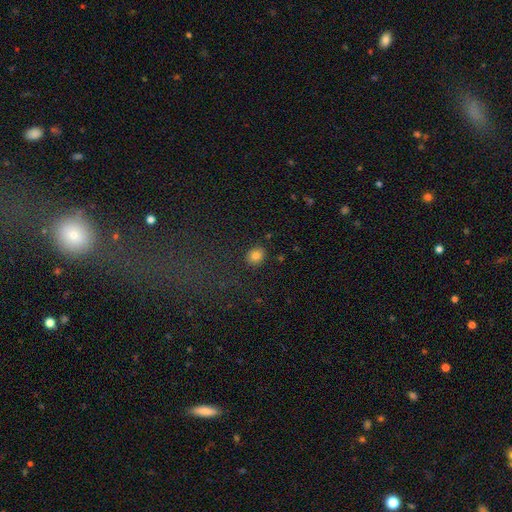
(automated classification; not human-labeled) This appears to be a smooth galaxy with no disk features (81%) that is round (63%). Merging: none (87%).